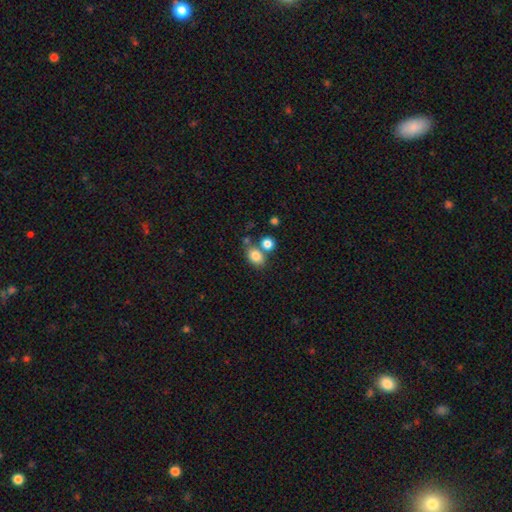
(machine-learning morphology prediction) Smooth or featured? smooth (83%)
How rounded? in between (68%)
Merging? none (58%)